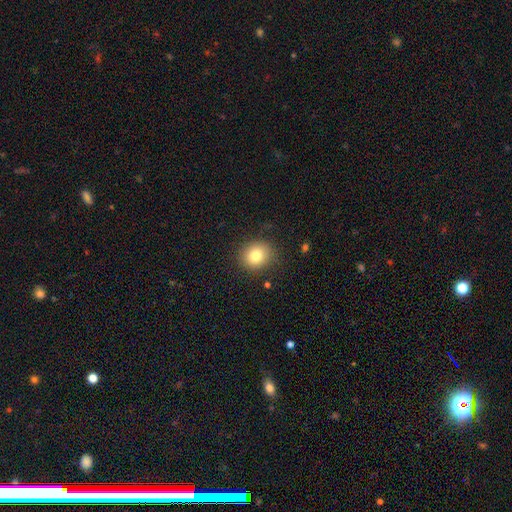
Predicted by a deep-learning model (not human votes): Morphology: type=smooth (80%); roundness=round (77%); merging=none (87%).